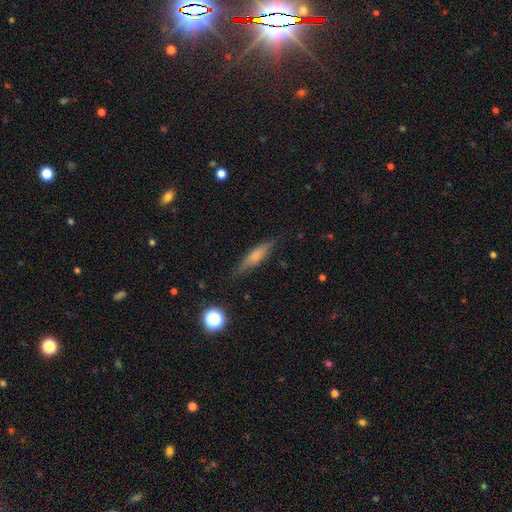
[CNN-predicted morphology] This appears to be a smooth galaxy with no disk features (56%) that is cigar-shaped (71%). Merging: none (80%).